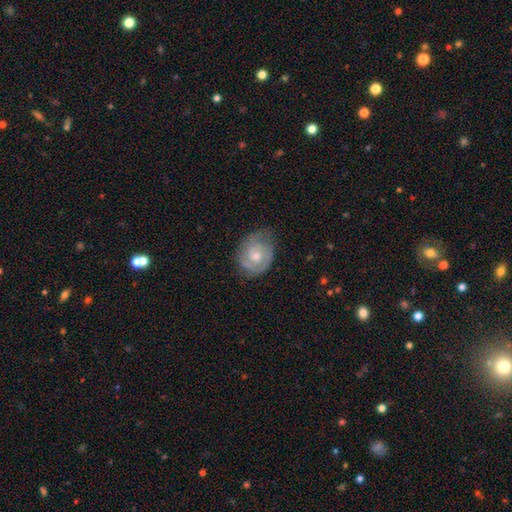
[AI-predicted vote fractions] Smooth or featured? featured or disk (73%)
Edge-on disk? no (97%)
Bar? no (68%)
Spiral arms? yes (90%)
Spiral winding? tight (60%)
Spiral arm count? 2 (61%)
Bulge size? moderate (62%)
Merging? none (71%)